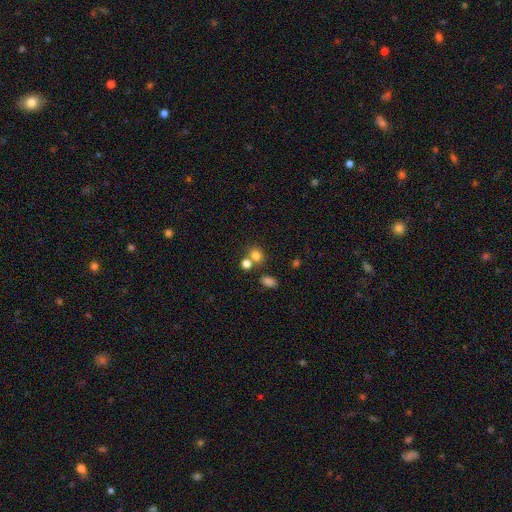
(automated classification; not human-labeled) smooth 78%, star or artifact 14%, featured or disk 8%. Down the decision tree: how rounded — round (70%); merging — none (58%).